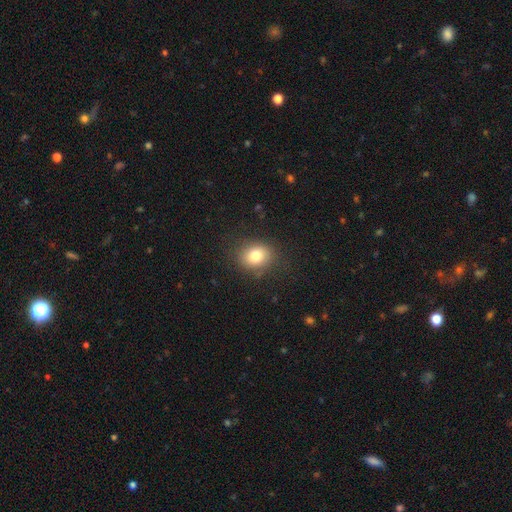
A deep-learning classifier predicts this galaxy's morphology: Q: Smooth or featured?
A: smooth (79%); runner-up: star or artifact (11%)
Q: How rounded?
A: round (56%); runner-up: in between (43%)
Q: Merging?
A: none (82%); runner-up: minor disturbance (12%)